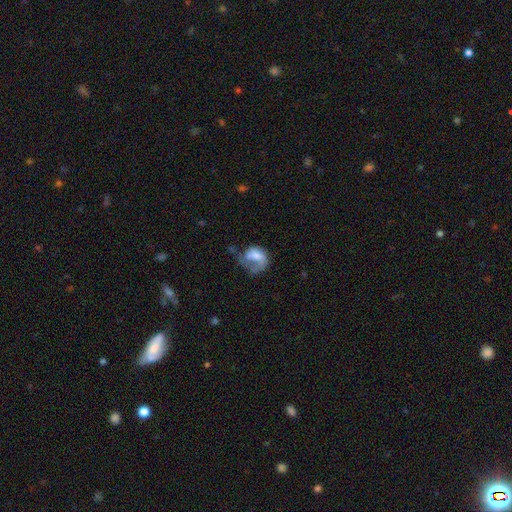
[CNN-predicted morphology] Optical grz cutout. It shows a featured or disk galaxy (55%) with no bar (61%), spiral arms (74%) and a moderate central bulge (39%). Merging: major disturbance (48%).